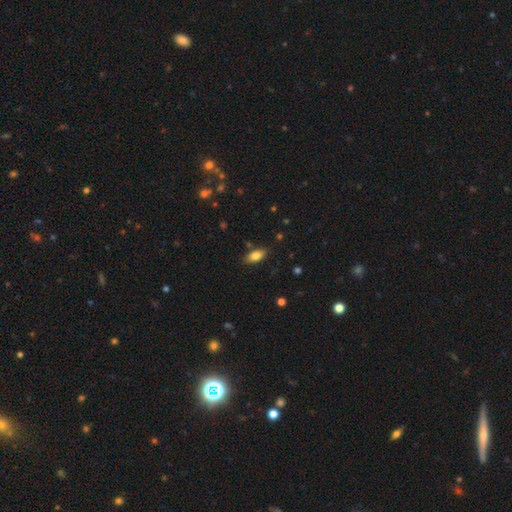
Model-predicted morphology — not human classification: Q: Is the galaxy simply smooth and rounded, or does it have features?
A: smooth — 82%.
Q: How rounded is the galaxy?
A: in between — 88%.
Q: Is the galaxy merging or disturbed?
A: none — 82%.